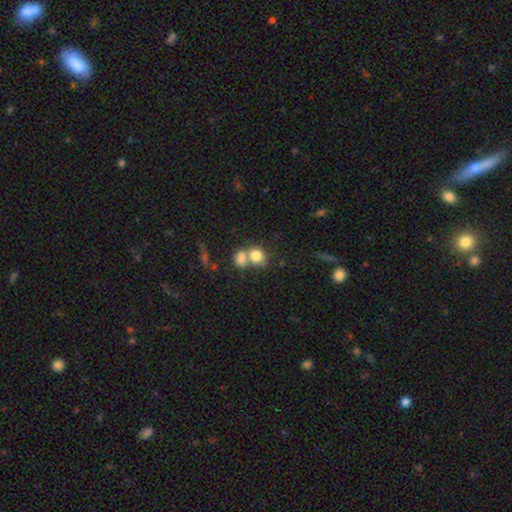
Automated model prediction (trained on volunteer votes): Smooth or featured?
  - smooth: 79% *
  - featured or disk: 11%
  - star or artifact: 10%
How rounded?
  - round: 64% *
  - in between: 34%
  - cigar-shaped: 1%
Merging?
  - merger: 55% *
  - none: 32%
  - minor disturbance: 8%
  - major disturbance: 5%